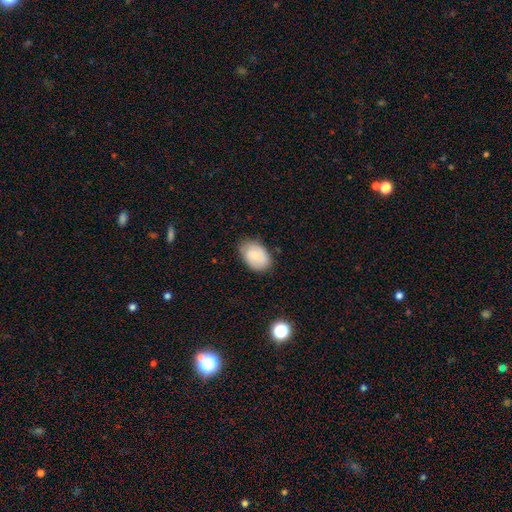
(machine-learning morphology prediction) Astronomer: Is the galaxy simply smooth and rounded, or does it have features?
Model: smooth — 74%.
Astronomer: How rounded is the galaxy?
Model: in between — 86%.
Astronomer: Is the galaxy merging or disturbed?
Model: none — 73%.